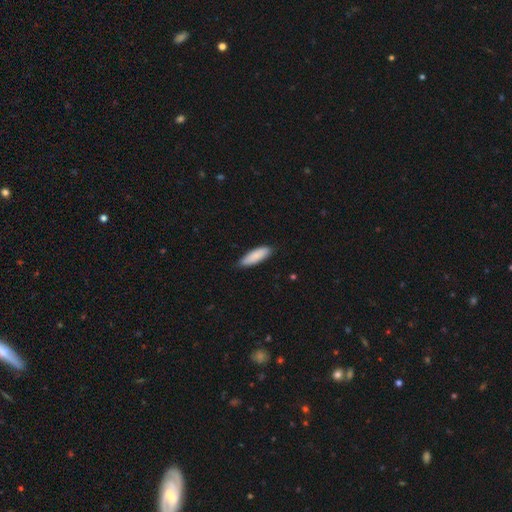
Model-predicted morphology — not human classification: Overall: smooth (86%). How rounded: in between (55%; cigar-shaped 43%). Merging: none (81%).